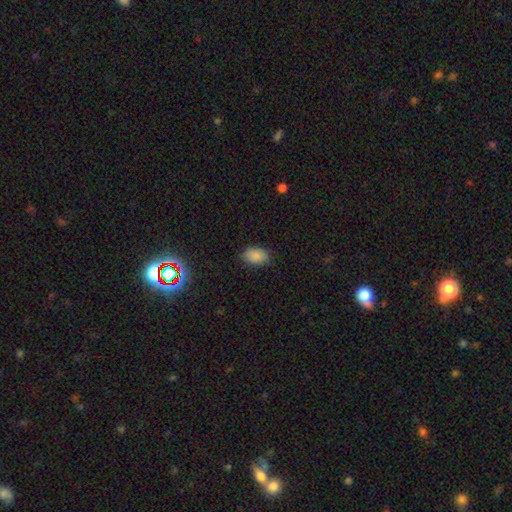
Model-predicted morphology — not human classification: A smooth galaxy with no disk features (86%) that is in between round and cigar-shaped (88%).

Vote fractions:
- Smooth or featured? smooth: 86% / star or artifact: 10% / featured or disk: 4%
- How rounded? in between: 88% / round: 11% / cigar-shaped: 1%
- Merging? none: 83% / minor disturbance: 13% / major disturbance: 3% / merger: 1%